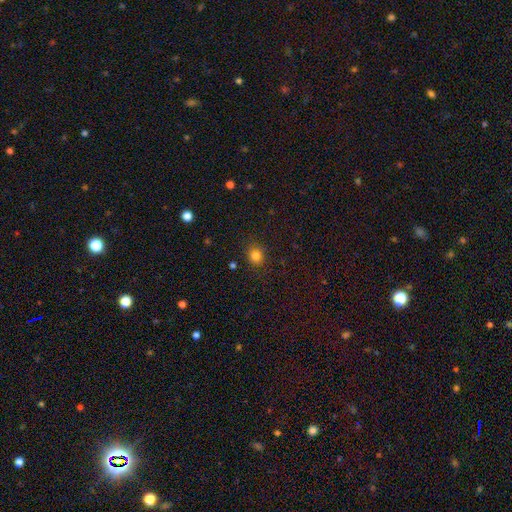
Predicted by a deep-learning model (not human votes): A smooth galaxy with no disk features (82%) that is round (79%). Merging: none (86%).